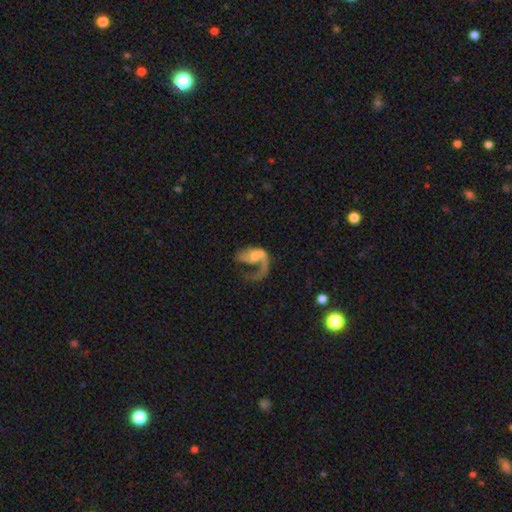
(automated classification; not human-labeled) The model was most divided on "bulge size": small: 44%, moderate: 28%, none: 22%, large: 5%, dominant: 2%. More confident: edge-on disk — no (97%); spiral arms — yes (85%); smooth or featured — featured or disk (78%); spiral arm count — 1 (71%); spiral winding — loose (68%); bar — no (61%); merging — major disturbance (50%).